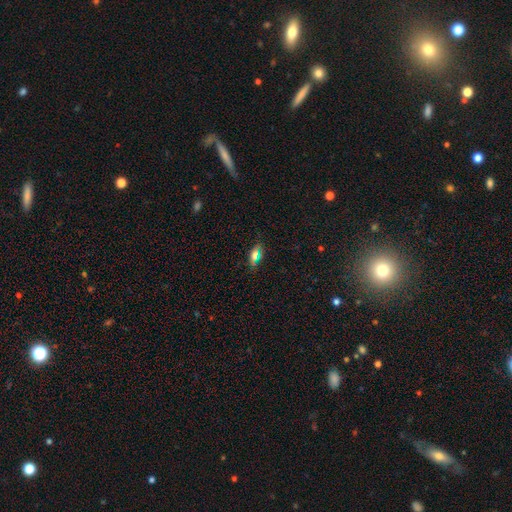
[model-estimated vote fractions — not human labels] Overall: smooth (60%; star or artifact 22%). How rounded: in between (80%). Merging: none (83%).